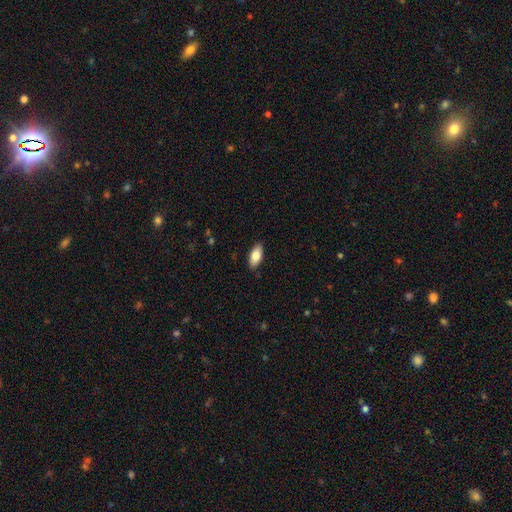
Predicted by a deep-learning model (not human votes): Morphology: type=smooth (81%); roundness=in between (87%); merging=none (88%).